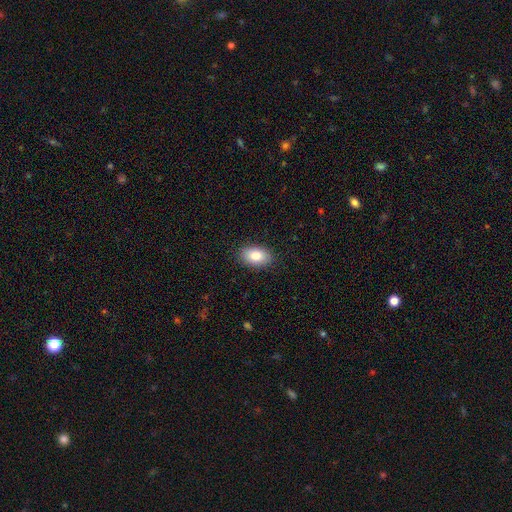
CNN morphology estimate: type=smooth (84%); roundness=in between (91%); merging=none (88%).